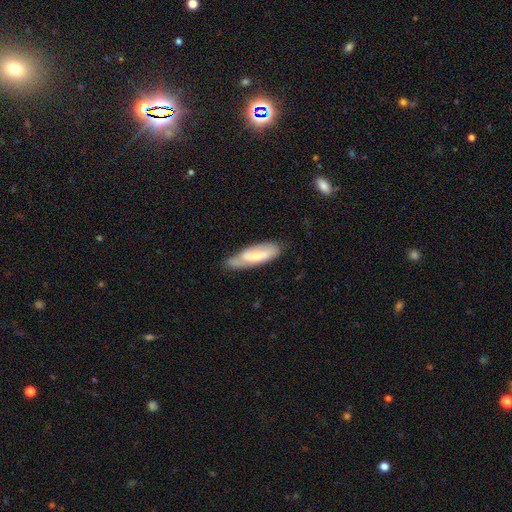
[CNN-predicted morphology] Smooth or featured? Predicted: featured or disk (p=0.54). Edge-on disk? Predicted: no (p=0.77). Merging? Predicted: none (p=0.60).